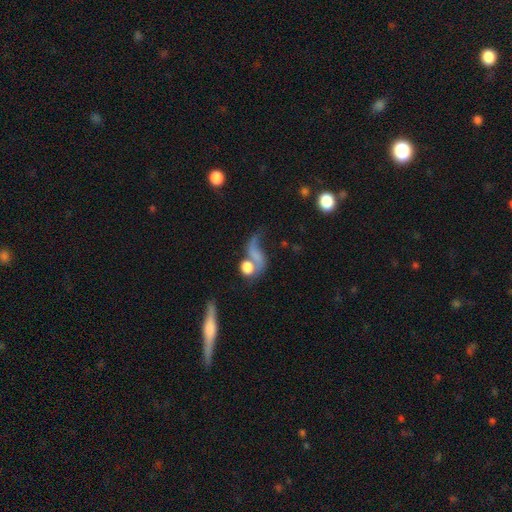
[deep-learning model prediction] smooth-or-featured: featured or disk: 45% | smooth: 41% | star or artifact: 14%
  merging: none: 30% | merger: 28% | major disturbance: 26% | minor disturbance: 15%